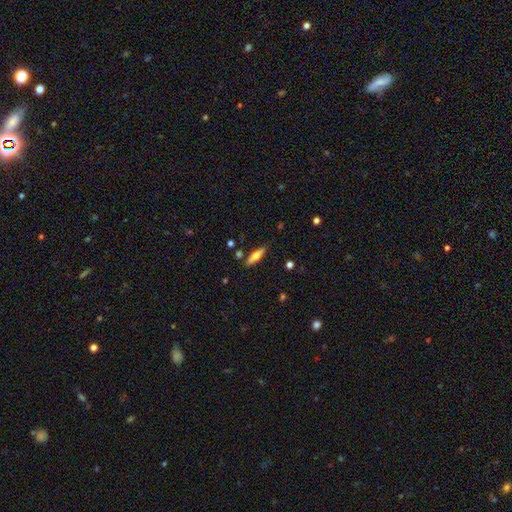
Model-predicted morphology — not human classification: This is possibly a smooth galaxy (58%). How rounded: possibly cigar-shaped (59%). Merging: clearly none (82%).